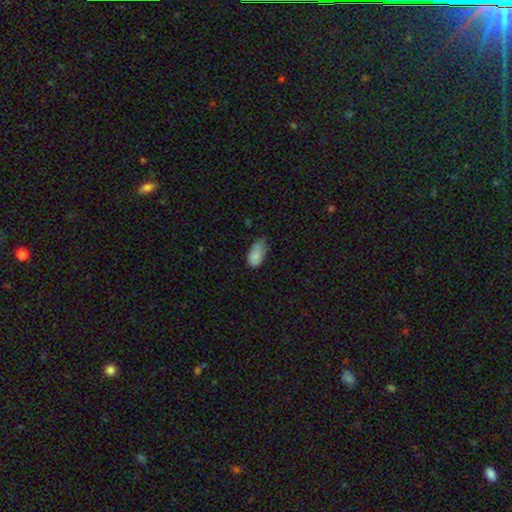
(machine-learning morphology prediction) Smooth or featured? smooth (81%)
How rounded? in between (92%)
Merging? minor disturbance (50%)